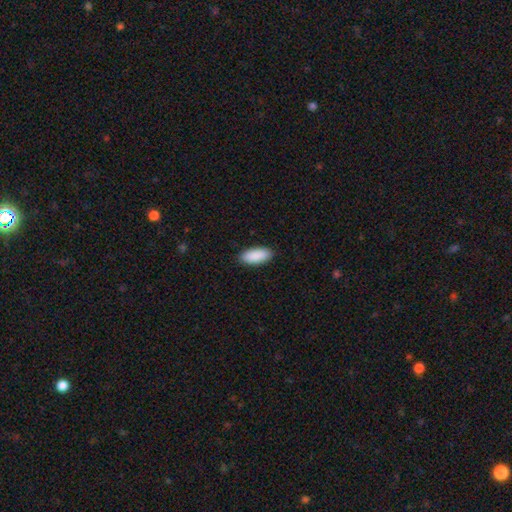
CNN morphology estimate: This is clearly a smooth galaxy (91%). How rounded: clearly in between (86%). Merging: clearly none (90%).